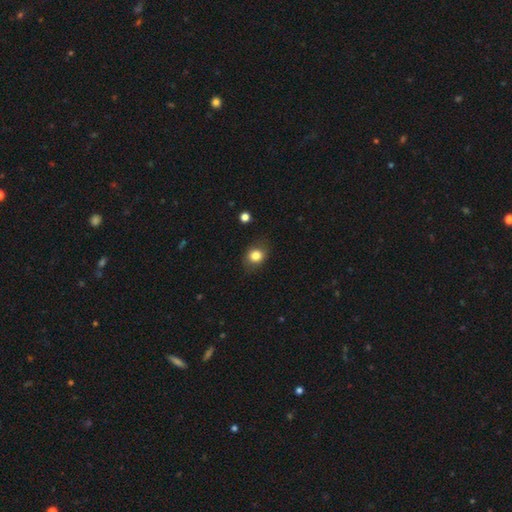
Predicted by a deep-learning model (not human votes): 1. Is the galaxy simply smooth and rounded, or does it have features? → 82% smooth, 10% star or artifact, 8% featured or disk.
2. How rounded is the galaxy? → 56% round, 43% in between, 1% cigar-shaped.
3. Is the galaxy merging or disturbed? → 79% none, 16% minor disturbance, 5% major disturbance, 1% merger.